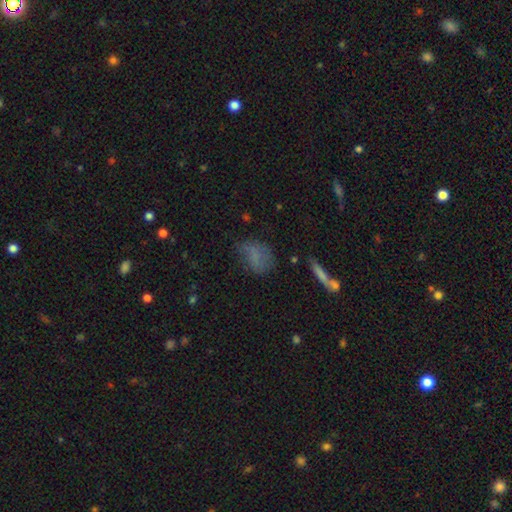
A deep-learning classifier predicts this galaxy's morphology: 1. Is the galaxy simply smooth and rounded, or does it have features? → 65% smooth, 20% featured or disk, 15% star or artifact.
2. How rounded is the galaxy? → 70% in between, 25% round, 5% cigar-shaped.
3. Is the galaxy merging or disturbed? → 51% none, 28% minor disturbance, 17% major disturbance, 4% merger.